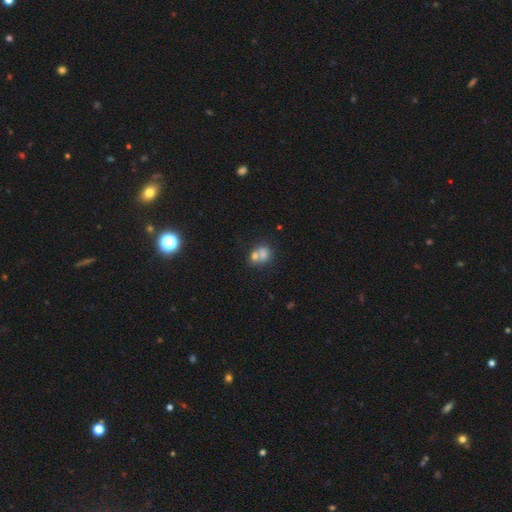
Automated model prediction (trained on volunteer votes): smooth_or_featured: smooth (p=0.66) [alt: featured or disk p=0.18]
how_rounded: round (p=0.67) [alt: in between p=0.32]
merging: merger (p=0.57) [alt: none p=0.32]